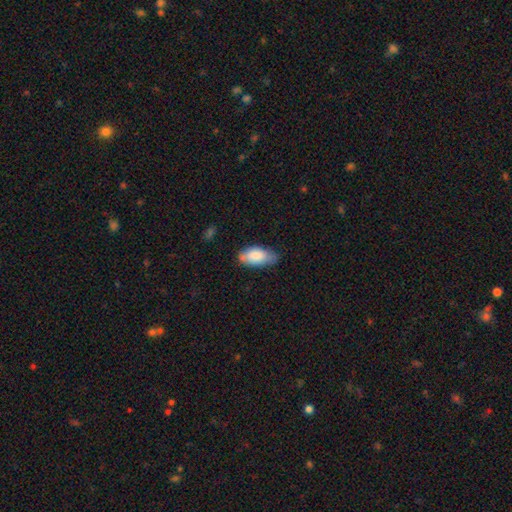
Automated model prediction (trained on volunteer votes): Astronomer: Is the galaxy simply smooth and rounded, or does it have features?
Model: smooth — 81%.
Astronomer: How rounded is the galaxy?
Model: in between — 93%.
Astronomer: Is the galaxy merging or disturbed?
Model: none — 62%.